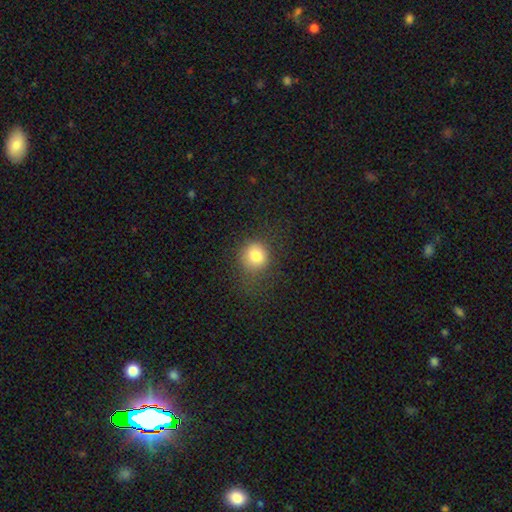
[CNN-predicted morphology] This appears to be a smooth galaxy with no disk features (81%) that is round (85%). Merging: none (74%).